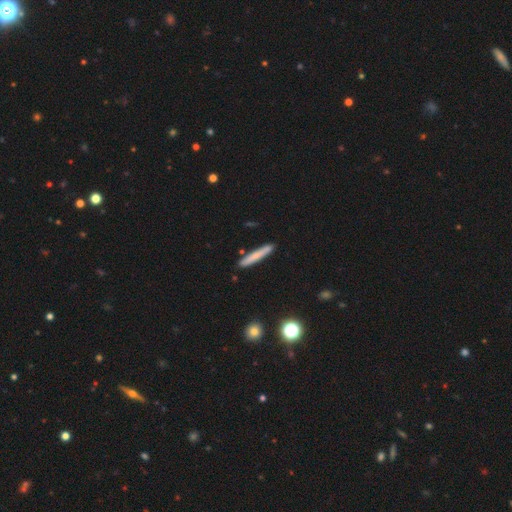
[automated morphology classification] type=smooth (70%); roundness=cigar-shaped (95%); merging=none (88%).